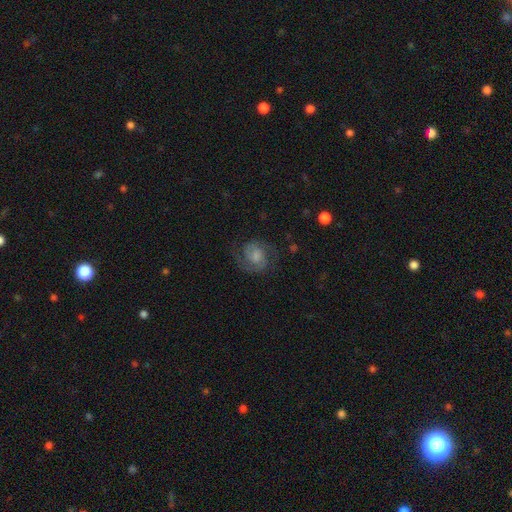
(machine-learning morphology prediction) Smooth or featured?
  - featured or disk: 77% *
  - smooth: 16%
  - star or artifact: 7%
Edge-on disk?
  - no: 98% *
  - yes: 2%
Bar?
  - no: 47% *
  - weak: 44%
  - strong: 9%
Spiral arms?
  - yes: 96% *
  - no: 4%
Spiral winding?
  - medium: 53% *
  - tight: 30%
  - loose: 17%
Spiral arm count?
  - 2: 89% *
  - can't tell: 4%
  - 1: 2%
  - 3: 2%
  - 4: 1%
  - more than 4: 1%
Bulge size?
  - moderate: 30% *
  - none: 28%
  - small: 26%
  - large: 14%
  - dominant: 2%
Merging?
  - none: 73% *
  - minor disturbance: 15%
  - major disturbance: 10%
  - merger: 1%